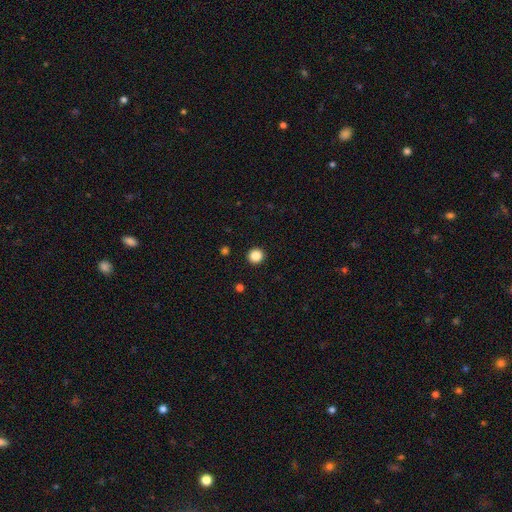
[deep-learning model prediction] smooth 86%, star or artifact 11%, featured or disk 3%. Down the decision tree: how rounded — round (95%); merging — none (94%).